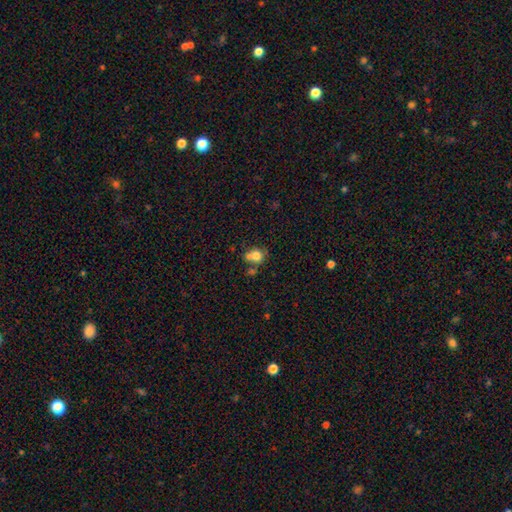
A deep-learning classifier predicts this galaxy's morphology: A smooth galaxy with no disk features (76%) that is round (66%).

Vote fractions:
- Smooth or featured? smooth: 76% / featured or disk: 12% / star or artifact: 12%
- How rounded? round: 66% / in between: 33% / cigar-shaped: 1%
- Merging? none: 43% / merger: 30% / minor disturbance: 18% / major disturbance: 9%